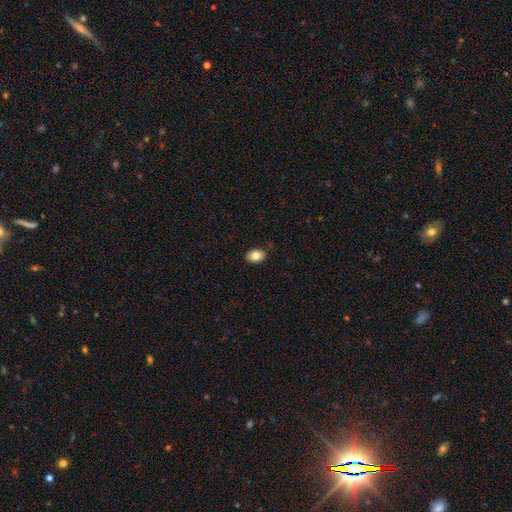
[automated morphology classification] Smooth or featured?
  - smooth: 82% *
  - featured or disk: 10%
  - star or artifact: 8%
How rounded?
  - in between: 80% *
  - round: 19%
  - cigar-shaped: 1%
Merging?
  - none: 87% *
  - minor disturbance: 9%
  - major disturbance: 2%
  - merger: 1%